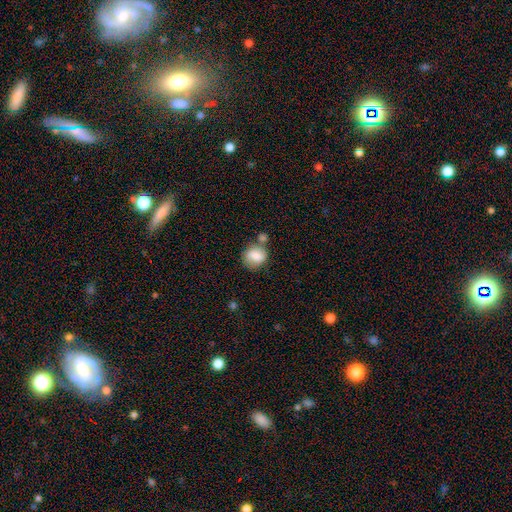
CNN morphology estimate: Q: Smooth or featured?
A: smooth (78%); runner-up: featured or disk (14%)
Q: How rounded?
A: round (63%); runner-up: in between (35%)
Q: Merging?
A: none (53%); runner-up: merger (22%)